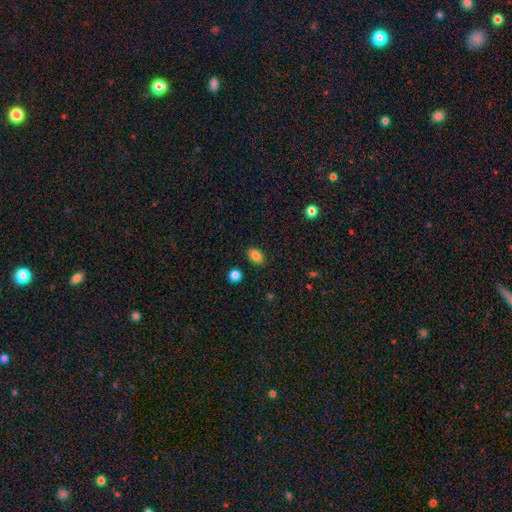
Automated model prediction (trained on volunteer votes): This appears to be a smooth galaxy with no disk features (85%) that is in between round and cigar-shaped (80%). Merging: none (87%).